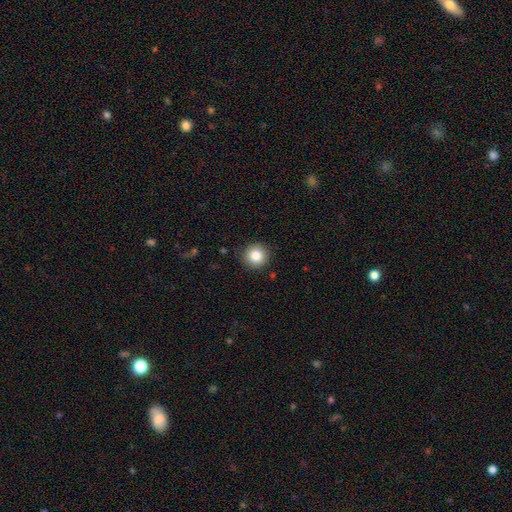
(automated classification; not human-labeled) Overall: smooth (84%). How rounded: round (94%). Merging: none (90%).